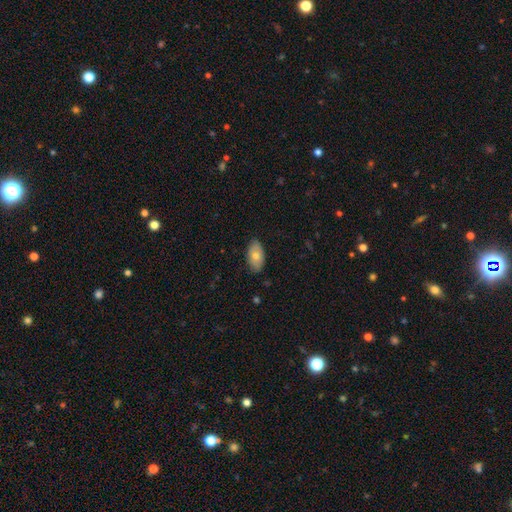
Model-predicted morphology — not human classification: Smooth or featured? Predicted: smooth (p=0.70). How rounded? Predicted: in between (p=0.93). Merging? Predicted: none (p=0.84).